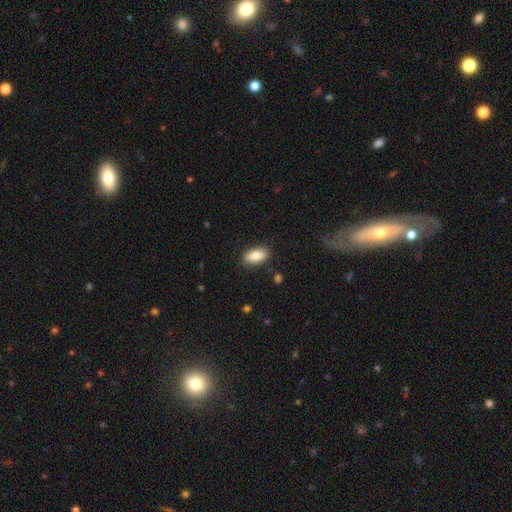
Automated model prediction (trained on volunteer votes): This appears to be a smooth galaxy with no disk features (86%) that is in between round and cigar-shaped (89%). Merging: none (86%).